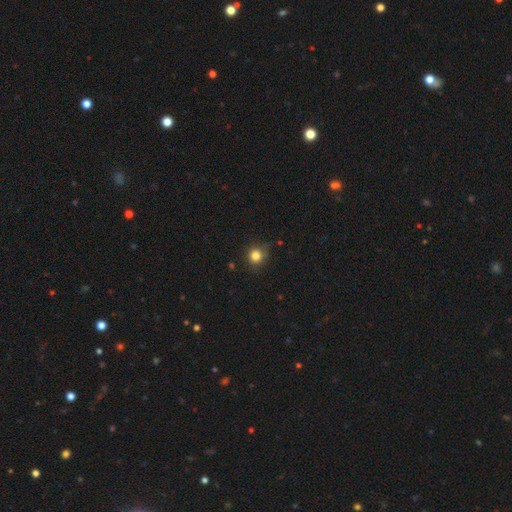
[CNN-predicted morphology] A smooth galaxy with no disk features (82%) that is round (90%).

Vote fractions:
- Smooth or featured? smooth: 82% / star or artifact: 12% / featured or disk: 5%
- How rounded? round: 90% / in between: 9% / cigar-shaped: 1%
- Merging? none: 79% / minor disturbance: 16% / major disturbance: 4% / merger: 2%